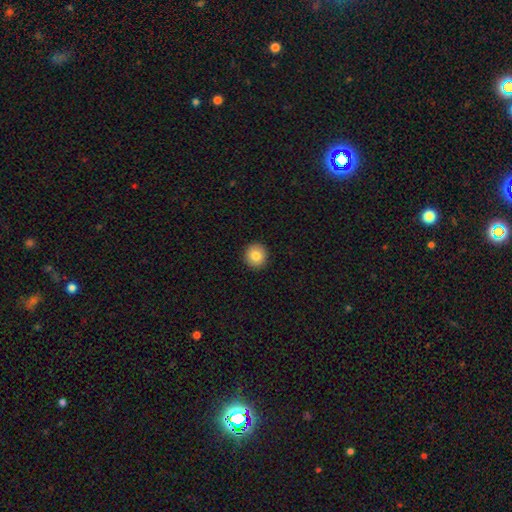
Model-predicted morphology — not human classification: Overall: smooth (84%). How rounded: round (92%). Merging: none (93%).